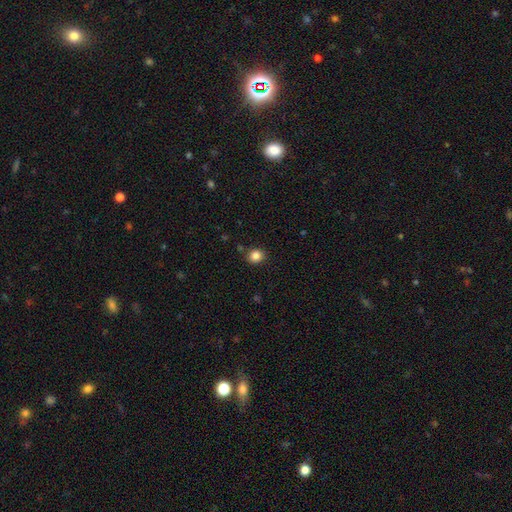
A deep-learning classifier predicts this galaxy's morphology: smooth-or-featured: smooth: 84% | star or artifact: 11% | featured or disk: 4%
  how-rounded: round: 78% | in between: 22% | cigar-shaped: 1%
  merging: none: 87% | minor disturbance: 8% | merger: 3% | major disturbance: 2%